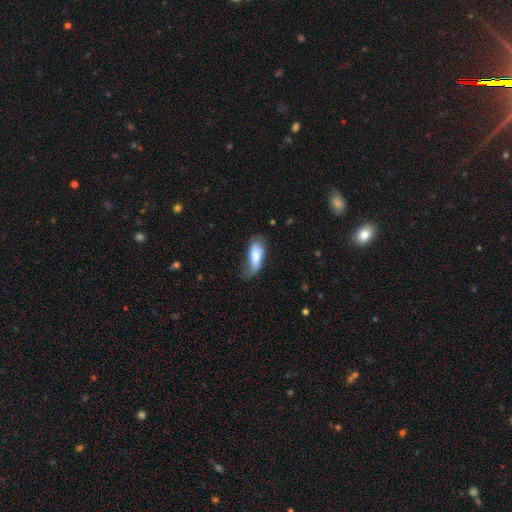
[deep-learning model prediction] This appears to be a smooth galaxy with no disk features (73%) that is in between round and cigar-shaped (75%). Merging: none (39%).